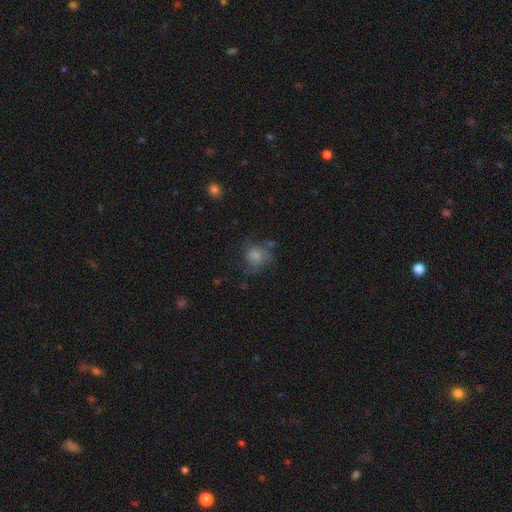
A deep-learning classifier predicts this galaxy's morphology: smooth 64%, featured or disk 25%, star or artifact 11%. Down the decision tree: how rounded — round (72%); merging — none (48%).